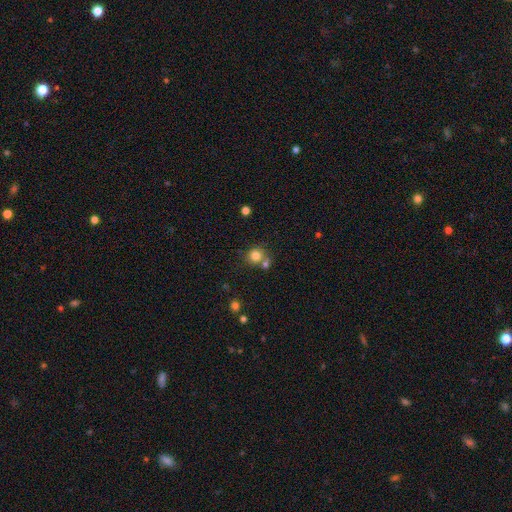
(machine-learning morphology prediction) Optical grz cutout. It shows a smooth galaxy with no disk features (79%) that is round (87%). Merging: none (57%).